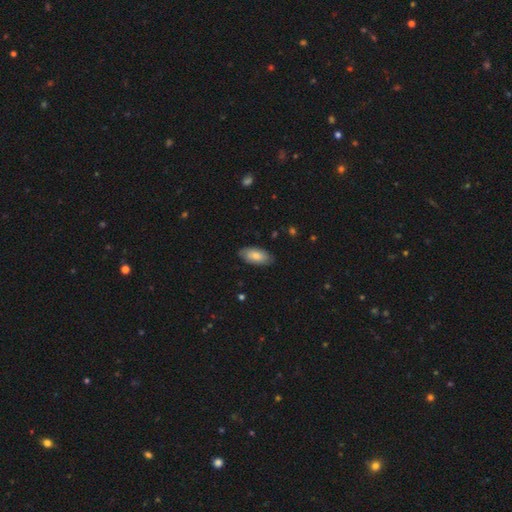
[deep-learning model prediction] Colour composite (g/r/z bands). It shows a smooth galaxy with no disk features (77%) that is in between round and cigar-shaped (92%). Merging: none (84%).